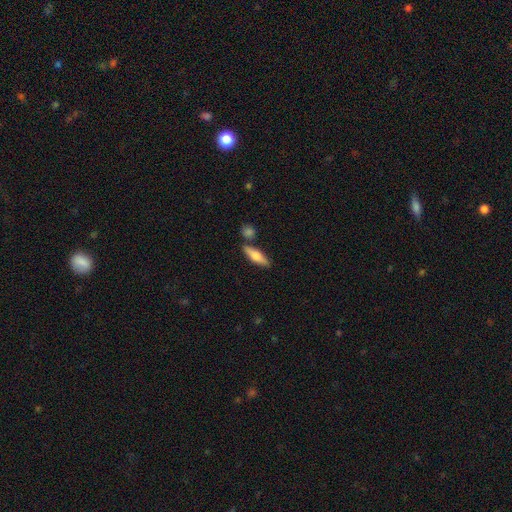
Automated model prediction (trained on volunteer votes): The model was most divided on "how rounded": cigar-shaped: 58%, in between: 39%, round: 3%. More confident: merging — none (79%); smooth or featured — smooth (58%).